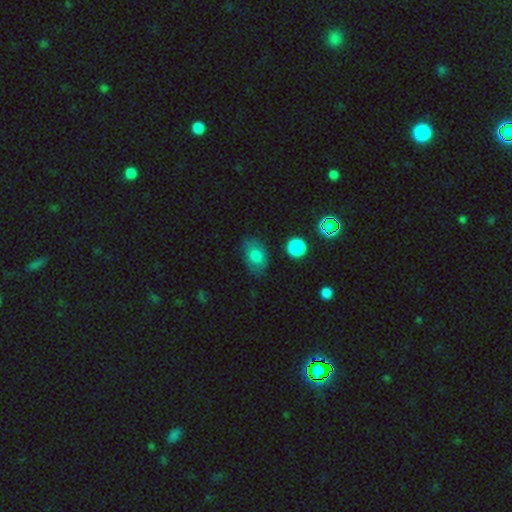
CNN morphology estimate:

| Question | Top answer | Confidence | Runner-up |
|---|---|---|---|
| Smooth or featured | smooth | 75% | featured or disk (16%) |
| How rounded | in between | 82% | round (16%) |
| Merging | none | 72% | minor disturbance (19%) |